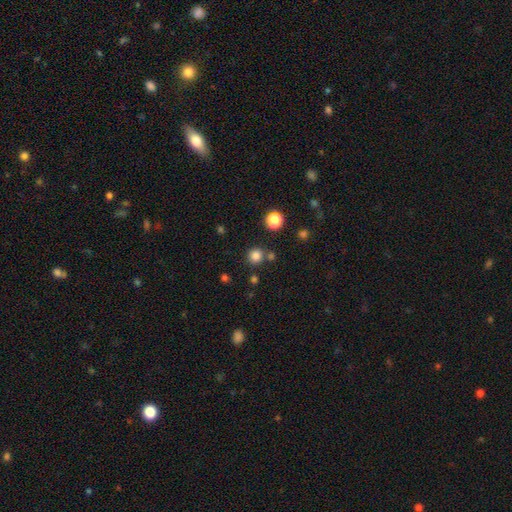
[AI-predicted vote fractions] This appears to be a smooth galaxy with no disk features (81%) that is round (92%). Merging: none (79%).